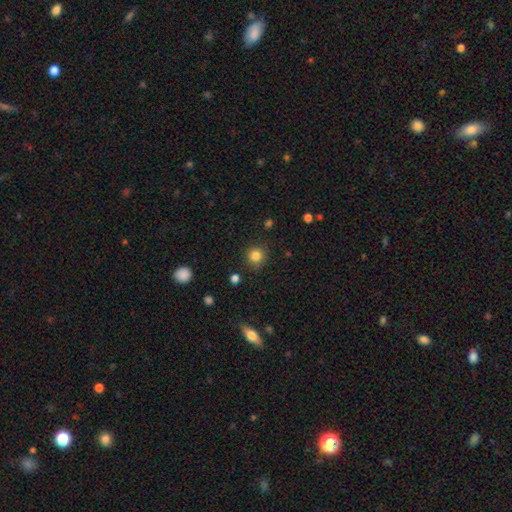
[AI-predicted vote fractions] Smooth or featured?
  - smooth: 84% *
  - star or artifact: 12%
  - featured or disk: 4%
How rounded?
  - round: 93% *
  - in between: 6%
  - cigar-shaped: 1%
Merging?
  - none: 87% *
  - minor disturbance: 8%
  - major disturbance: 3%
  - merger: 2%